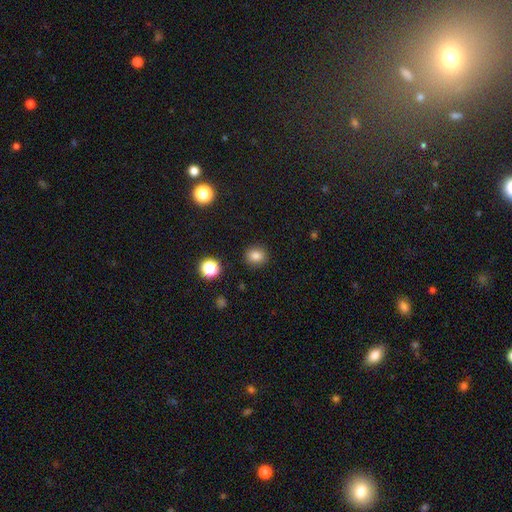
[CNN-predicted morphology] smooth 82%, star or artifact 13%, featured or disk 5%. Down the decision tree: how rounded — round (81%); merging — none (90%).